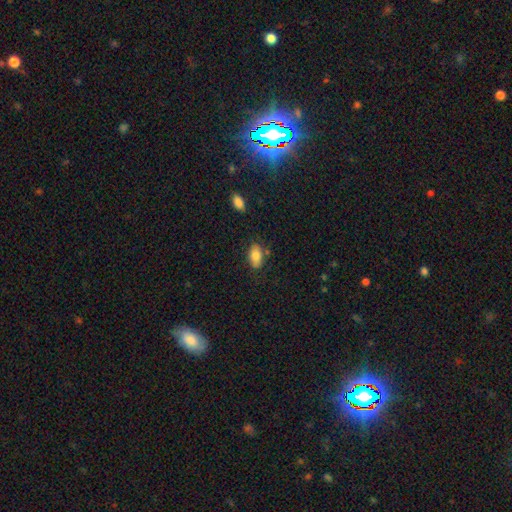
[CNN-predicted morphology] smooth 81%, featured or disk 12%, star or artifact 7%. Down the decision tree: how rounded — in between (92%); merging — none (76%).